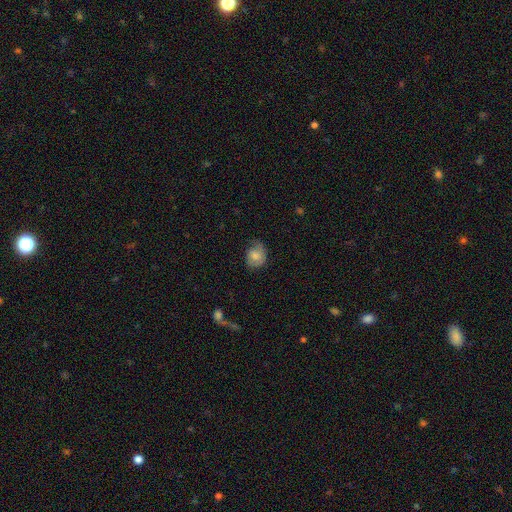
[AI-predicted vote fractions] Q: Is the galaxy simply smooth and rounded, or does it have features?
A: smooth — 64%.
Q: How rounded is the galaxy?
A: round — 53%.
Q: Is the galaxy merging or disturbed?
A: none — 53%.